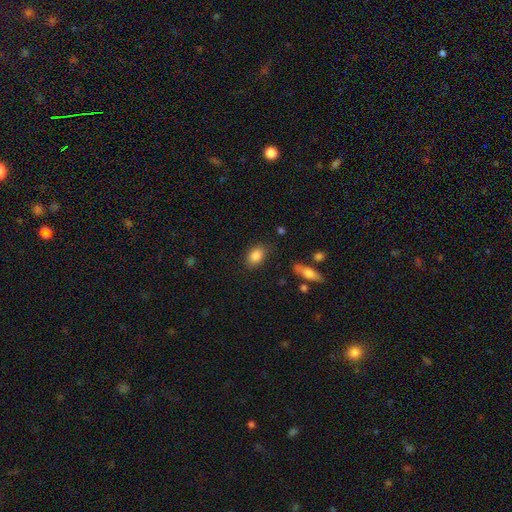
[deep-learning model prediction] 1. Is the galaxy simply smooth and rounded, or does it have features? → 85% smooth, 8% star or artifact, 7% featured or disk.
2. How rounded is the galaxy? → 78% in between, 20% round, 2% cigar-shaped.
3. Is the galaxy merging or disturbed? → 83% none, 12% minor disturbance, 3% major disturbance, 2% merger.